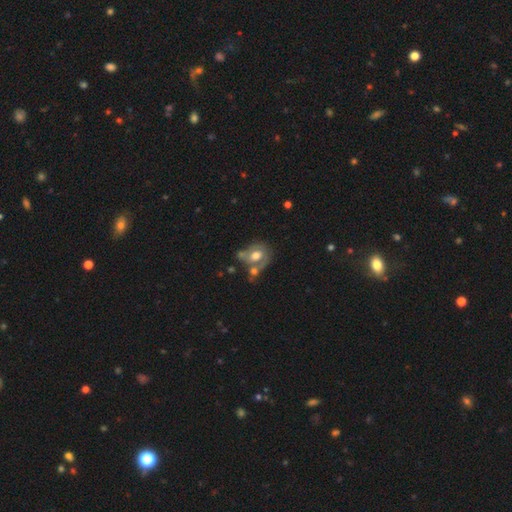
This appears to be a featured or disk galaxy (68%) with no bar (52%), 1 (77%) tight (54%) spiral arms (52%) and a moderate central bulge (52%). Merging: major disturbance (29%, tied with merger).